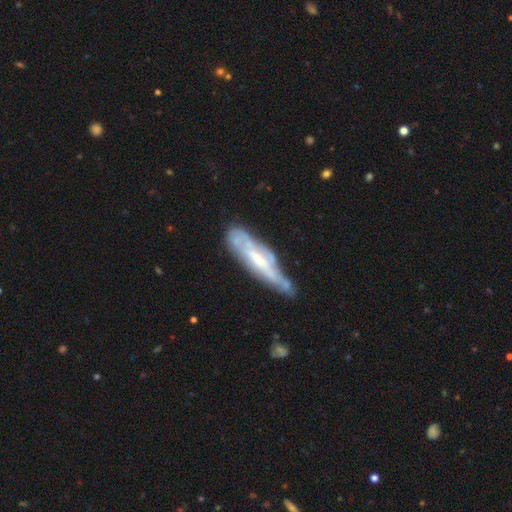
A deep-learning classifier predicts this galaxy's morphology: A featured or disk galaxy (66%).

Vote fractions:
- Smooth or featured? featured or disk: 66% / smooth: 27% / star or artifact: 7%
- Edge-on disk? no: 52% / yes: 48%
- Merging? none: 50% / minor disturbance: 32% / major disturbance: 13% / merger: 5%